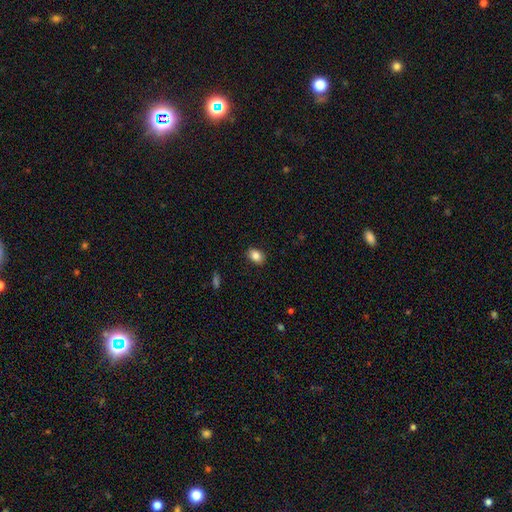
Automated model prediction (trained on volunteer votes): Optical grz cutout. It shows a smooth galaxy with no disk features (85%) that is in between round and cigar-shaped (80%). Merging: none (88%).